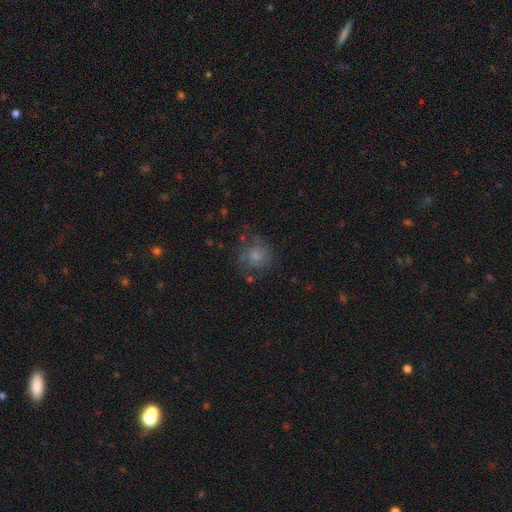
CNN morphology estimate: smooth-or-featured: smooth: 63% | featured or disk: 26% | star or artifact: 11%
  how-rounded: round: 82% | in between: 17% | cigar-shaped: 1%
  merging: none: 57% | minor disturbance: 24% | major disturbance: 16% | merger: 4%